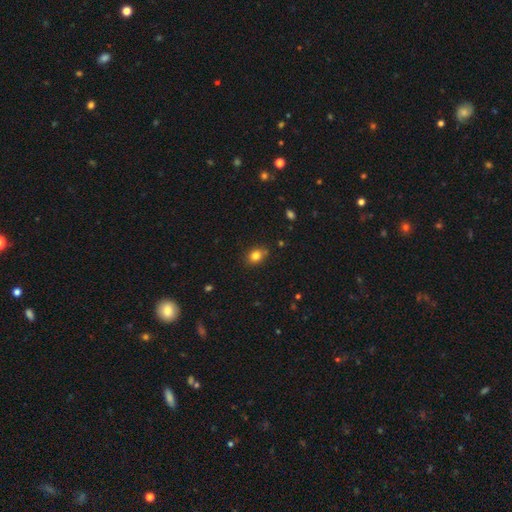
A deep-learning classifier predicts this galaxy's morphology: Smooth or featured: smooth — 81% (star or artifact — 12%)
How rounded: round — 55% (in between — 44%)
Merging: none — 79% (minor disturbance — 14%)